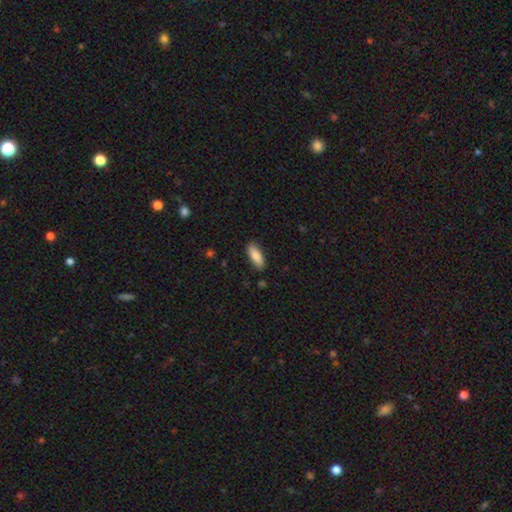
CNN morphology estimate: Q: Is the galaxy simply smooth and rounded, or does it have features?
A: smooth — 82%.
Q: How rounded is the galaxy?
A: in between — 67%.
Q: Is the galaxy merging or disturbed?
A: none — 85%.